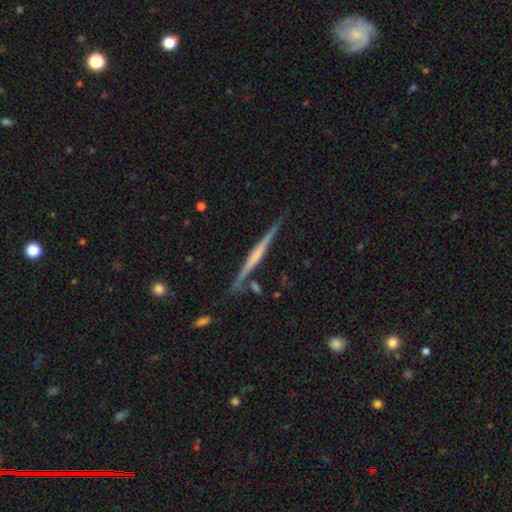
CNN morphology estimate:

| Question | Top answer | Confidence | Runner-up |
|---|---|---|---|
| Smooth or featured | featured or disk | 70% | smooth (24%) |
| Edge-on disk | yes | 98% | no (2%) |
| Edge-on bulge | none | 55% | rounded (30%) |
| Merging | none | 86% | minor disturbance (9%) |